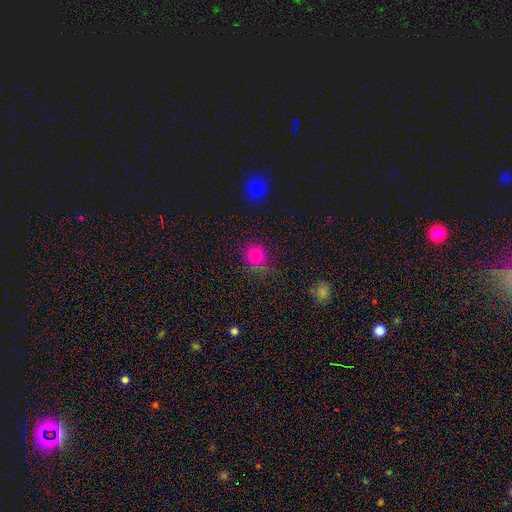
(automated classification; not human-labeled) Smooth or featured: smooth — 81% (star or artifact — 13%)
How rounded: round — 82% (in between — 17%)
Merging: none — 75% (minor disturbance — 16%)